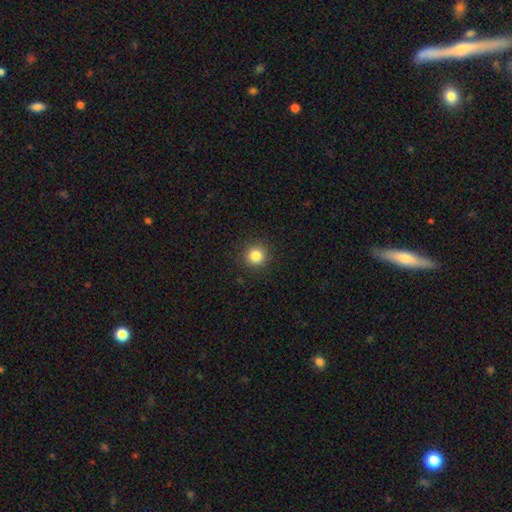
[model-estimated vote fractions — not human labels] Q: Smooth or featured?
A: smooth (84%); runner-up: star or artifact (12%)
Q: How rounded?
A: round (94%); runner-up: in between (5%)
Q: Merging?
A: none (91%); runner-up: minor disturbance (6%)